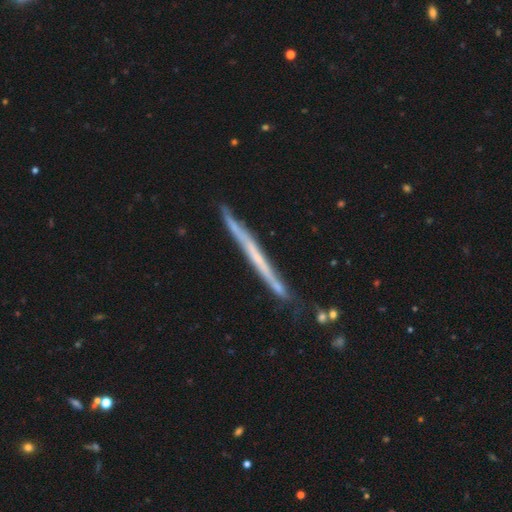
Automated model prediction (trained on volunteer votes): The model was most divided on "smooth or featured": featured or disk: 63%, smooth: 31%, star or artifact: 7%. More confident: edge-on disk — yes (96%); edge-on bulge — none (90%); merging — none (83%).